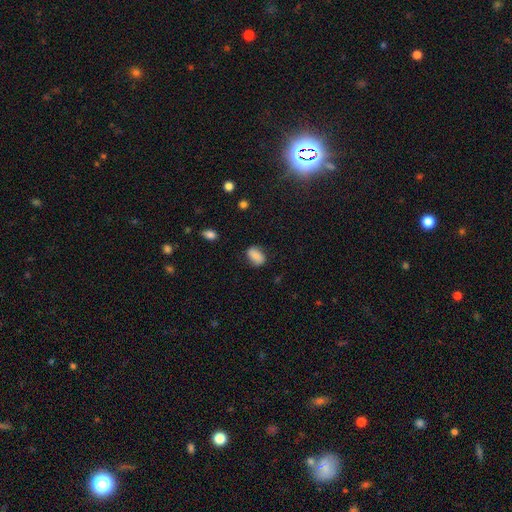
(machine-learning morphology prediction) Smooth or featured? smooth (82%)
How rounded? in between (84%)
Merging? none (77%)